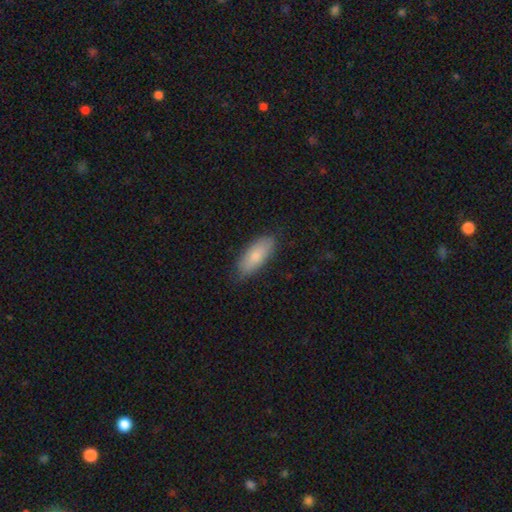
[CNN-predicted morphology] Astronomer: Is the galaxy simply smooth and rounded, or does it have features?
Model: smooth — 81%.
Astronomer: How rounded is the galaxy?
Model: in between — 80%.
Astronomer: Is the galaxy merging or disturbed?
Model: none — 82%.